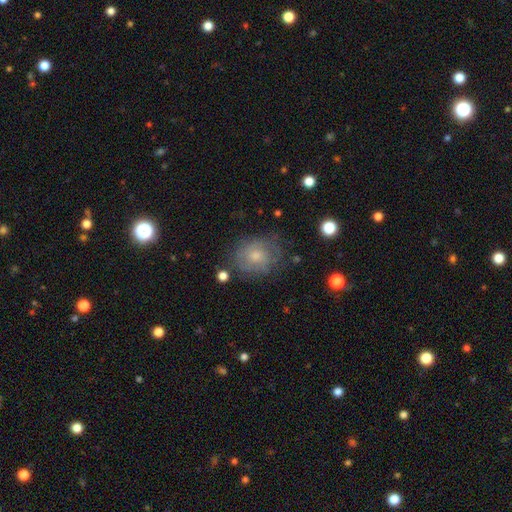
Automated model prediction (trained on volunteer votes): A smooth galaxy with no disk features (50%).

Vote fractions:
- Smooth or featured? smooth: 50% / featured or disk: 41% / star or artifact: 10%
- Merging? none: 64% / minor disturbance: 23% / major disturbance: 11% / merger: 2%